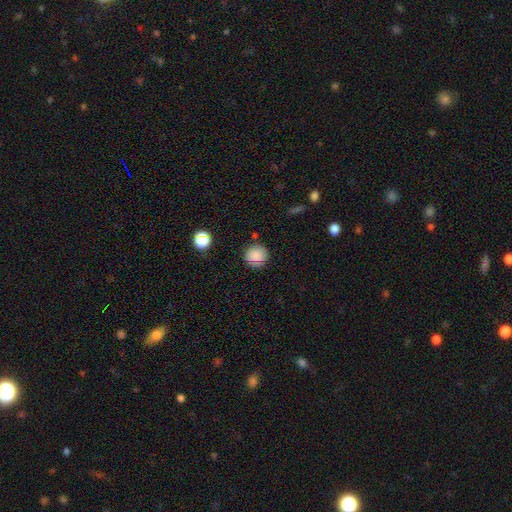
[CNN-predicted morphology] Smooth or featured? smooth (82%)
How rounded? round (92%)
Merging? none (80%)